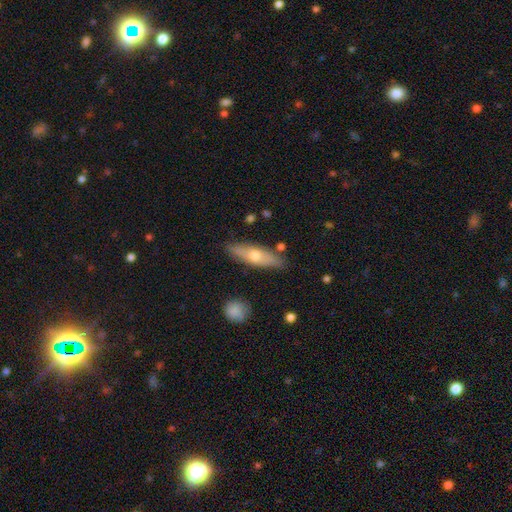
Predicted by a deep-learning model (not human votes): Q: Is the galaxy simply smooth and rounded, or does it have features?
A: smooth — 56%.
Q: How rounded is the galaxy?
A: cigar-shaped — 54%.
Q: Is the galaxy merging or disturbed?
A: none — 82%.